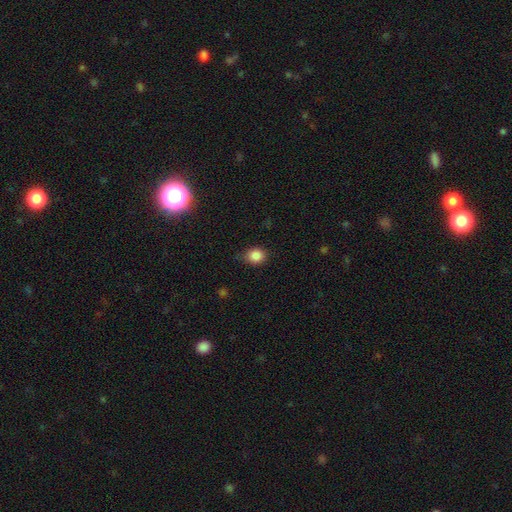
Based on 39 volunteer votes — Morphology: type=smooth (85%); roundness=round (67%); merging=none (100%).